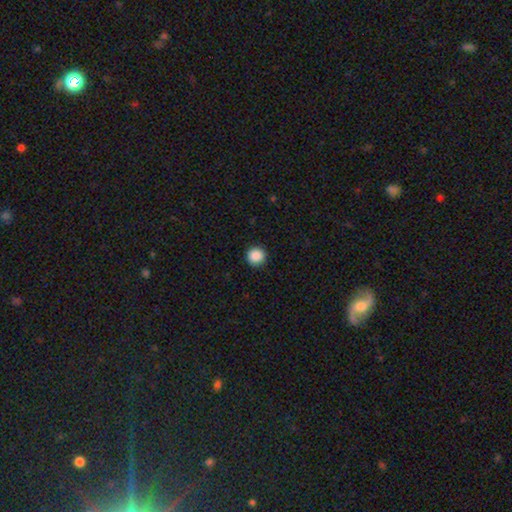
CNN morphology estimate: The model was most divided on "smooth or featured": smooth: 88%, star or artifact: 9%, featured or disk: 3%. More confident: how rounded — round (95%); merging — none (92%).